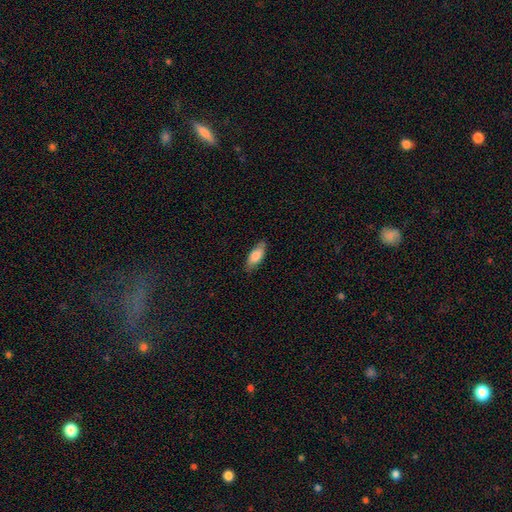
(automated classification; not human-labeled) Morphology: type=smooth (80%); roundness=in between (74%); merging=none (82%).